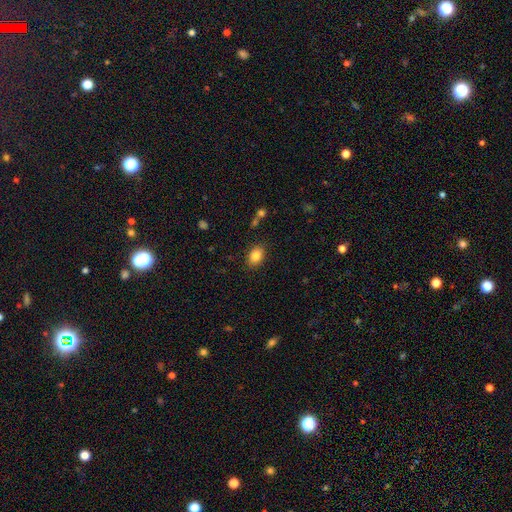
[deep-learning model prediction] Smooth or featured? smooth (85%)
How rounded? in between (78%)
Merging? none (85%)